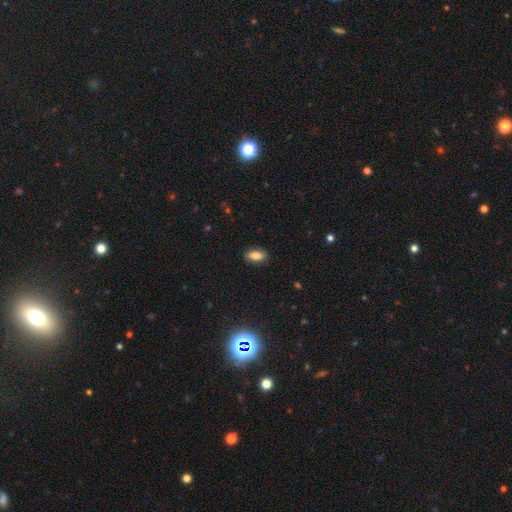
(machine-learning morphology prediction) Smooth or featured?
  - smooth: 81% *
  - featured or disk: 11%
  - star or artifact: 8%
How rounded?
  - in between: 90% *
  - round: 6%
  - cigar-shaped: 4%
Merging?
  - none: 87% *
  - minor disturbance: 9%
  - major disturbance: 2%
  - merger: 1%